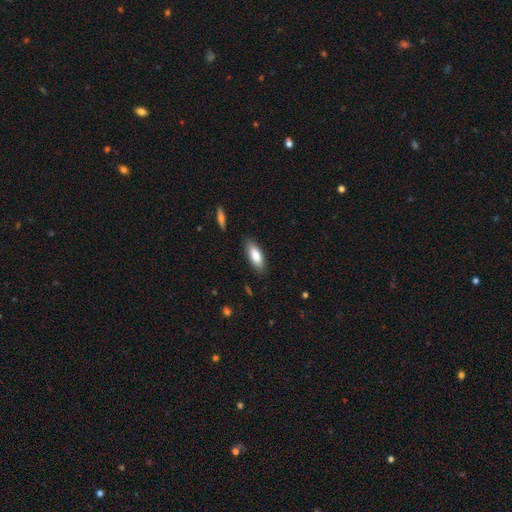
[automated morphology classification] smooth_or_featured: smooth (p=0.84) [alt: featured or disk p=0.10]
how_rounded: in between (p=0.73) [alt: cigar-shaped p=0.25]
merging: none (p=0.86) [alt: minor disturbance p=0.11]